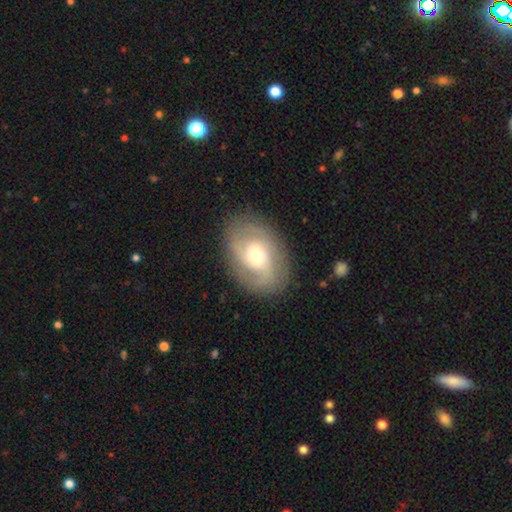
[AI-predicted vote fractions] This is likely a featured or disk galaxy (66%). It is clearly not viewed edge-on (96%). Bar: likely no (64%). Spiral arm pattern: clearly yes (84%). Spiral arm count: possibly 2 (54%). Spiral winding: marginally tight (42%). Central bulge: possibly moderate (51%). Merging: likely none (80%).